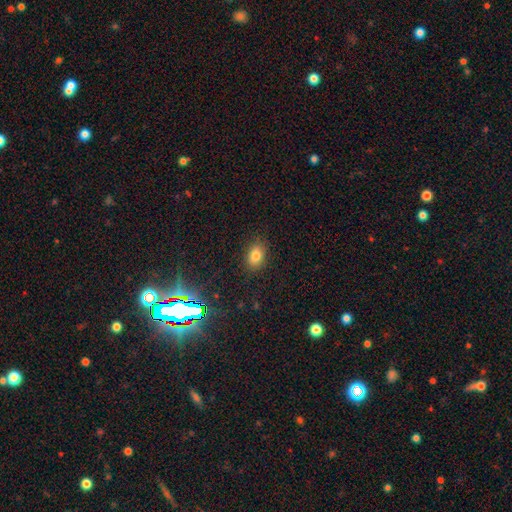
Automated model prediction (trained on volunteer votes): This is likely a smooth galaxy (80%). How rounded: likely in between (73%). Merging: clearly none (86%).